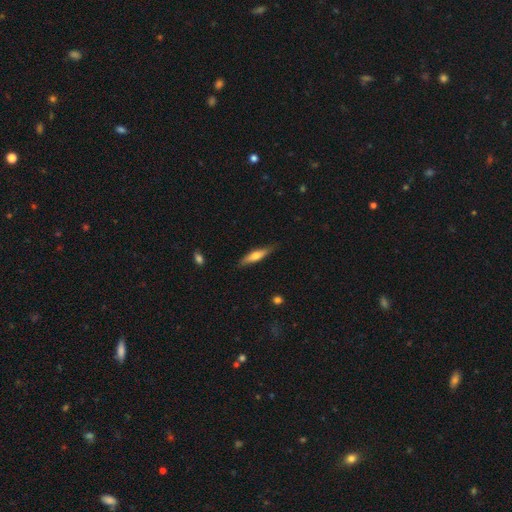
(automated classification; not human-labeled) This is possibly a smooth galaxy (55%). How rounded: likely cigar-shaped (76%). Merging: clearly none (82%).